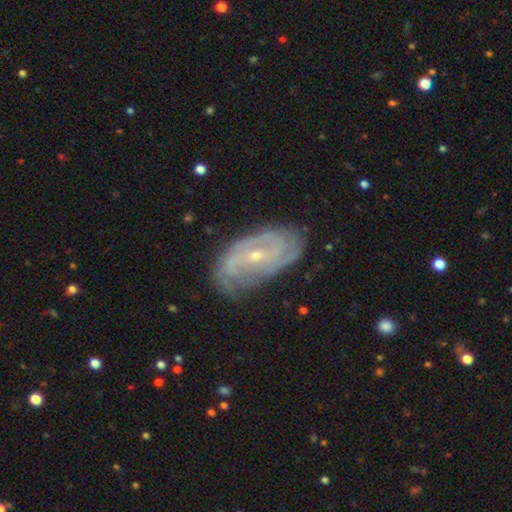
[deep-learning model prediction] smooth-or-featured: featured or disk: 82% | smooth: 10% | star or artifact: 8%
  disk-edge-on: no: 94% | yes: 6%
    bar: weak: 41% (tied) | no: 41% (tied) | strong: 18%
    has-spiral-arms: yes: 94% | no: 6%
      spiral-winding: tight: 53% | medium: 35% | loose: 12%
      spiral-arm-count: 2: 33% | can't tell: 28% | 3: 17% | 4: 10% | more than 4: 6% | 1: 6%
    bulge-size: small: 76% | moderate: 21% | none: 1% | large: 1% | dominant: 1%
  merging: none: 74% | minor disturbance: 19% | major disturbance: 6% | merger: 2%